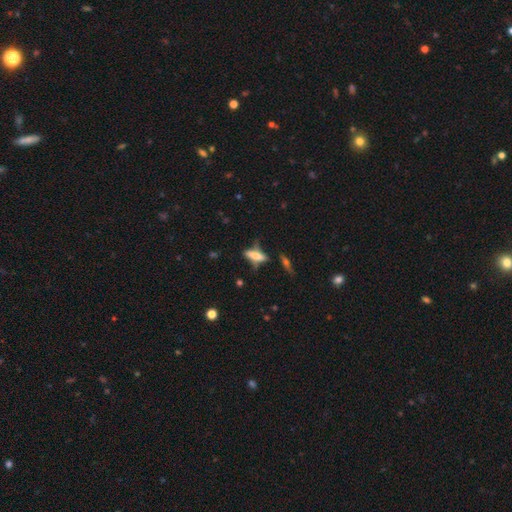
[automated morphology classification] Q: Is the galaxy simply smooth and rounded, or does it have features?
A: smooth — 52%.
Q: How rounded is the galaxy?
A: cigar-shaped — 51%.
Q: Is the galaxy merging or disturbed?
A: none — 55%.